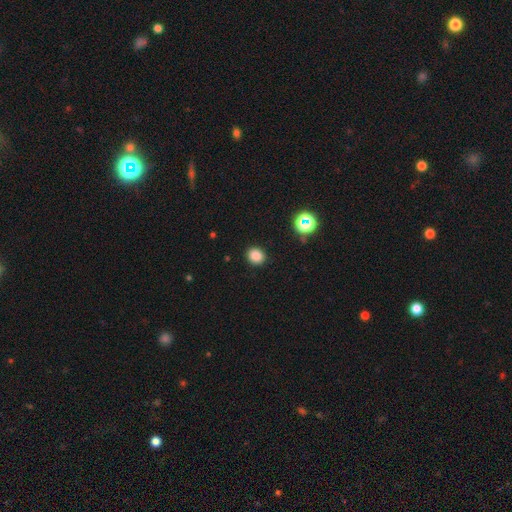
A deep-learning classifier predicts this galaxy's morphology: smooth-or-featured: smooth: 84% | star or artifact: 13% | featured or disk: 4%
  how-rounded: round: 73% | in between: 26% | cigar-shaped: 1%
  merging: none: 90% | minor disturbance: 6% | major disturbance: 2% | merger: 1%